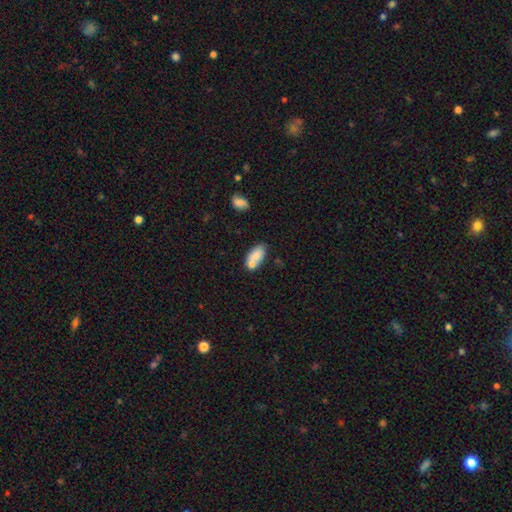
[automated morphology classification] smooth-or-featured: smooth: 78% | featured or disk: 14% | star or artifact: 8%
  how-rounded: in between: 90% | round: 5% | cigar-shaped: 4%
  merging: none: 47% | merger: 30% | minor disturbance: 17% | major disturbance: 6%